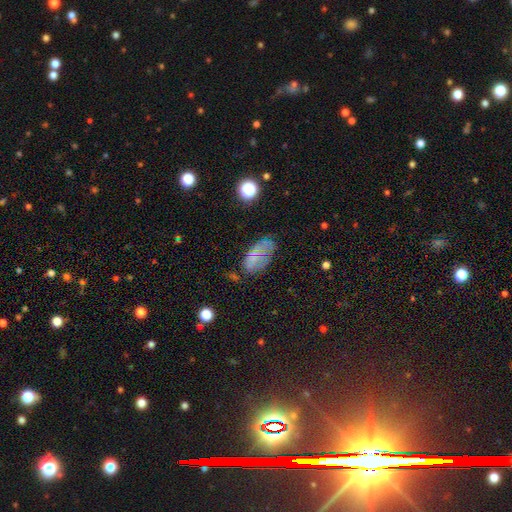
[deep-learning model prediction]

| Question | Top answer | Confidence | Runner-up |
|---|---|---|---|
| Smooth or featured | smooth | 48% | featured or disk (28%) |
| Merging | none | 53% | minor disturbance (26%) |